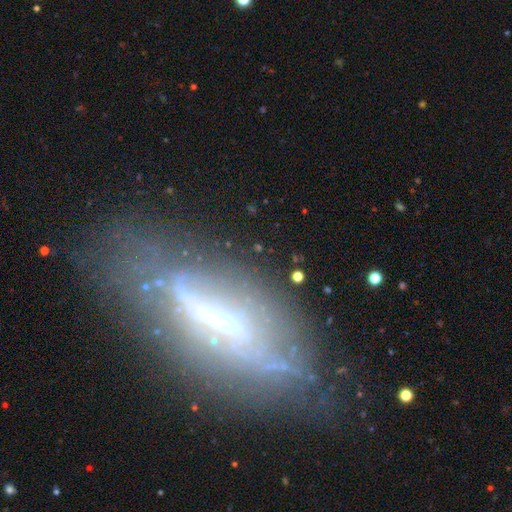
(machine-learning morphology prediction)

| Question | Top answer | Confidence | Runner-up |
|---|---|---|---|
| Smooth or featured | featured or disk | 72% | smooth (17%) |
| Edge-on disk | yes | 50% | tied: no (50%) |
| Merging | none | 60% | minor disturbance (22%) |